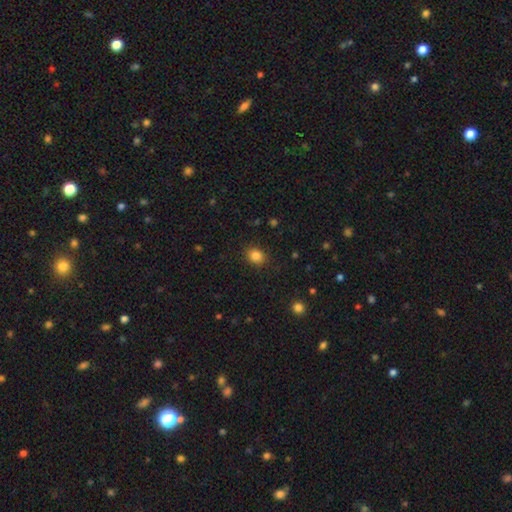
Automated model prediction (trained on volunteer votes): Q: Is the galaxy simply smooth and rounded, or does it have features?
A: smooth — 84%.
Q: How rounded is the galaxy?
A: round — 67%.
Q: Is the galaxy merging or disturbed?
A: none — 88%.